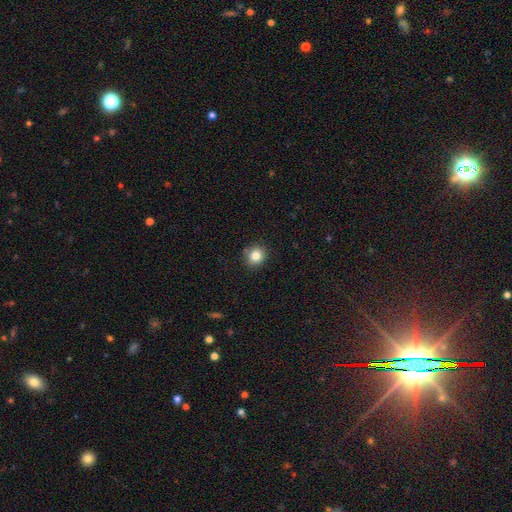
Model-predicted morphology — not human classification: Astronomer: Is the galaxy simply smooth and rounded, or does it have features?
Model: smooth — 83%.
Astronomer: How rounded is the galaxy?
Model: round — 85%.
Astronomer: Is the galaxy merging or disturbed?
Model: none — 86%.